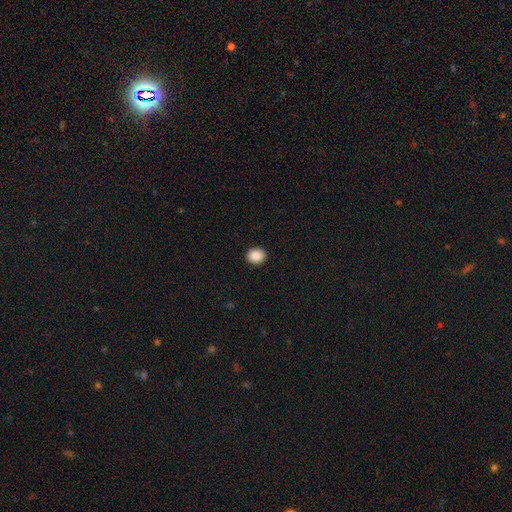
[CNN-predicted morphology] Smooth or featured? Predicted: smooth (p=0.90). How rounded? Predicted: round (p=0.58). Merging? Predicted: none (p=0.92).